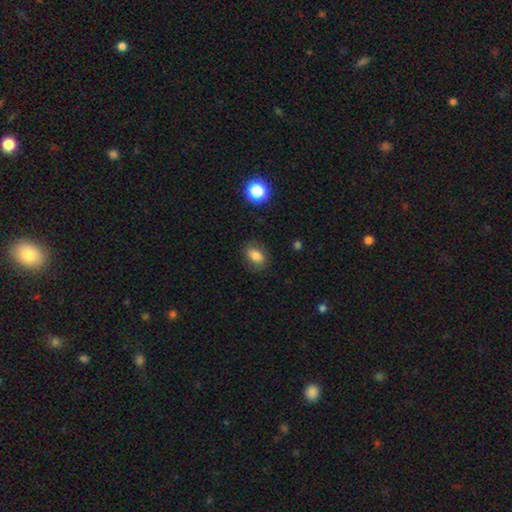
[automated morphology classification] Overall: smooth (81%). How rounded: in between (81%). Merging: none (80%).